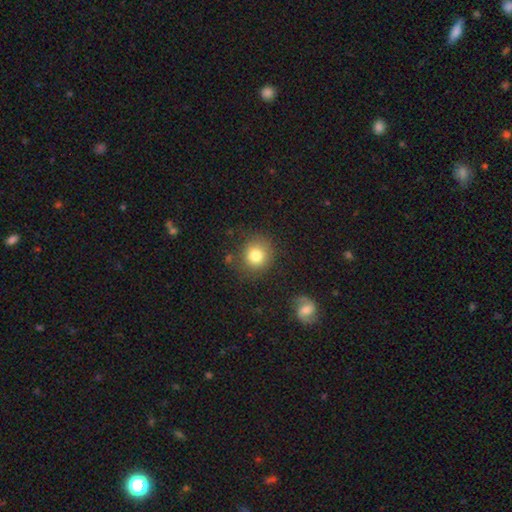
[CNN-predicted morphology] Smooth or featured?
  - smooth: 81% *
  - star or artifact: 10%
  - featured or disk: 9%
How rounded?
  - round: 87% *
  - in between: 12%
  - cigar-shaped: 1%
Merging?
  - none: 79% *
  - minor disturbance: 13%
  - major disturbance: 5%
  - merger: 3%